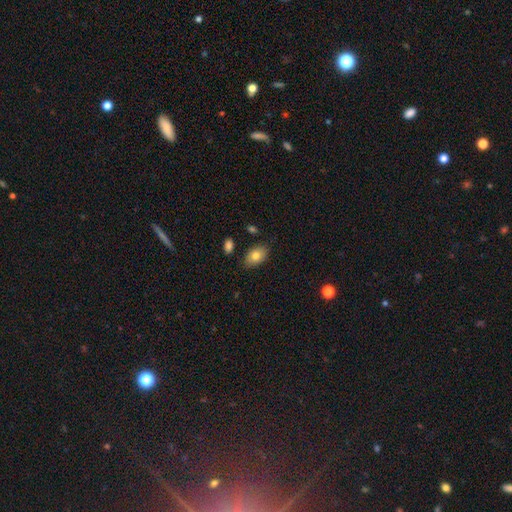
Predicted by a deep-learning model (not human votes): Morphology: type=smooth (79%); roundness=in between (88%); merging=none (82%).